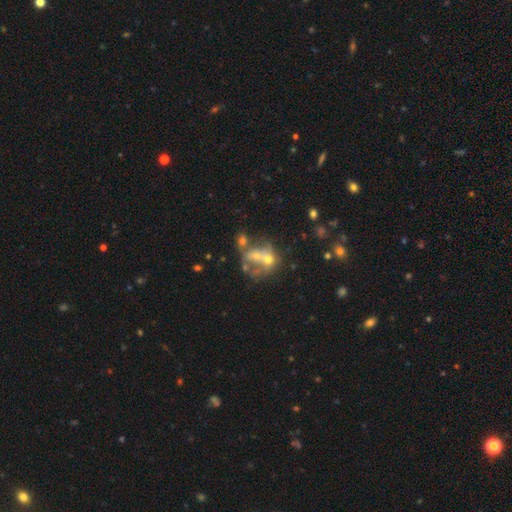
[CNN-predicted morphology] Q: Smooth or featured?
A: featured or disk (44%); runner-up: smooth (41%)
Q: Merging?
A: merger (55%); runner-up: none (20%)